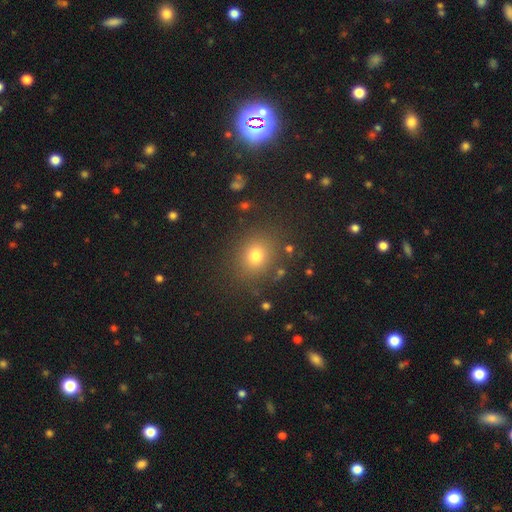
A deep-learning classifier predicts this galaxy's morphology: A smooth galaxy with no disk features (73%) that is round (67%). Merging: none (85%).